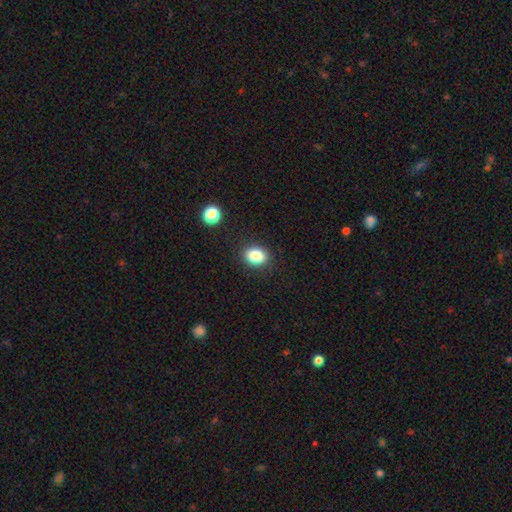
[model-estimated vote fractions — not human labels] Smooth or featured? Predicted: smooth (p=0.85). How rounded? Predicted: in between (p=0.57). Merging? Predicted: none (p=0.88).